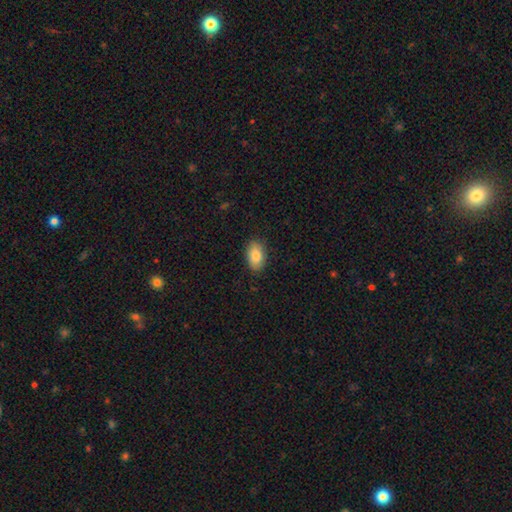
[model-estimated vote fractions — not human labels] Overall: smooth (84%). How rounded: in between (92%). Merging: none (87%).